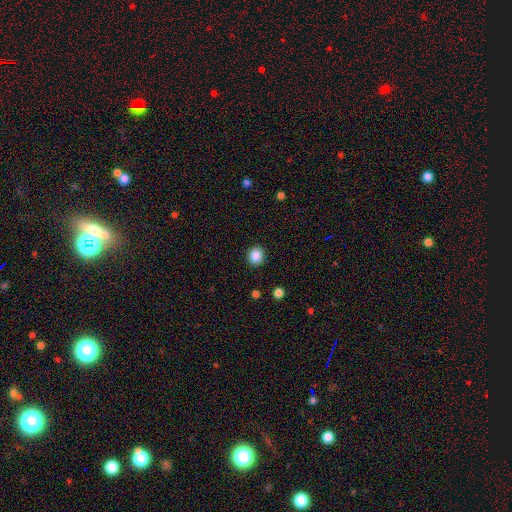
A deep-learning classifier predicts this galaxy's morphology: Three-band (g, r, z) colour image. It shows a smooth galaxy with no disk features (87%) that is round (85%). Merging: none (91%).